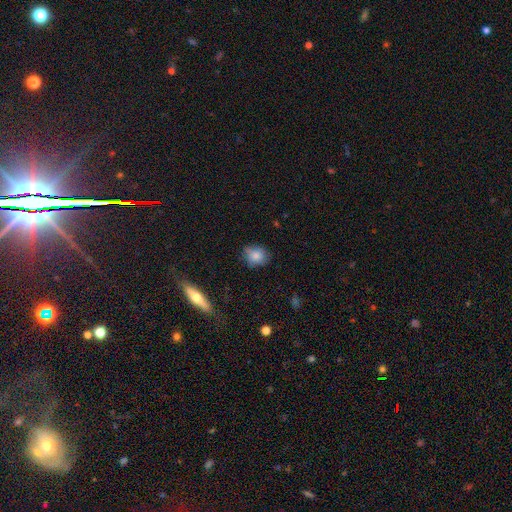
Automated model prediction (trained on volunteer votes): The model was most divided on "how rounded": round: 66%, in between: 32%, cigar-shaped: 2%. More confident: smooth or featured — smooth (81%); merging — none (71%).